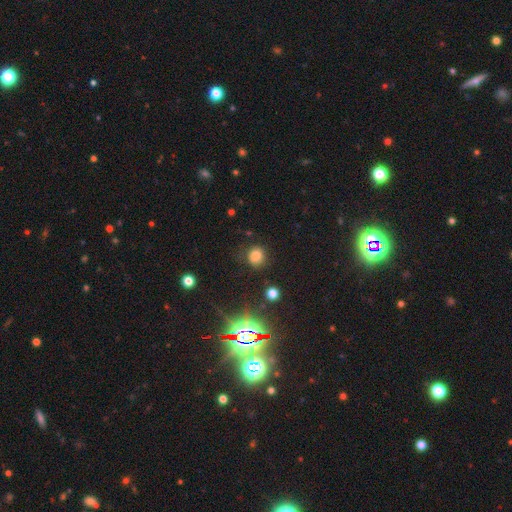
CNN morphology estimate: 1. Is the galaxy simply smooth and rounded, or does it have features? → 76% smooth, 18% star or artifact, 6% featured or disk.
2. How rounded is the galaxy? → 77% round, 22% in between, 1% cigar-shaped.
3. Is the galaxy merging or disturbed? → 75% none, 16% minor disturbance, 6% major disturbance, 2% merger.